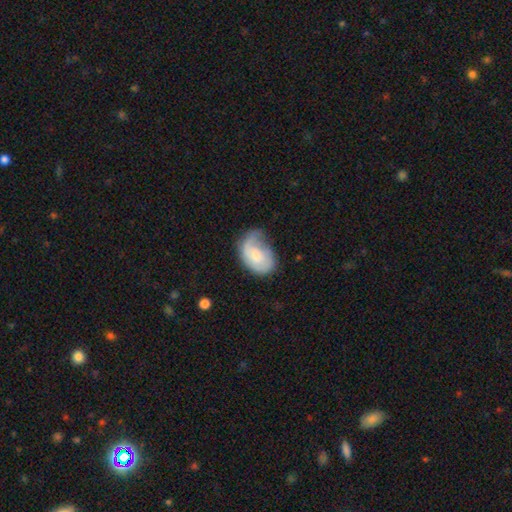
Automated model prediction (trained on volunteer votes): Q: Smooth or featured?
A: smooth (51%); runner-up: featured or disk (42%)
Q: How rounded?
A: in between (83%); runner-up: round (15%)
Q: Merging?
A: minor disturbance (36%); runner-up: none (33%)